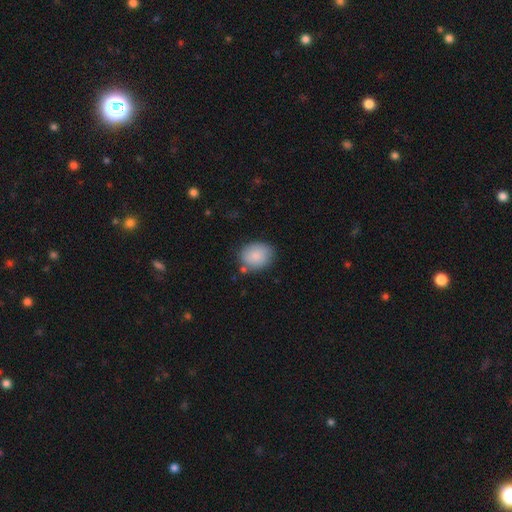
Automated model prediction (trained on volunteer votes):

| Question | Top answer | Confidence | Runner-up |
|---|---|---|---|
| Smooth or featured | smooth | 84% | featured or disk (9%) |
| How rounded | in between | 54% | round (45%) |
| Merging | none | 75% | minor disturbance (17%) |